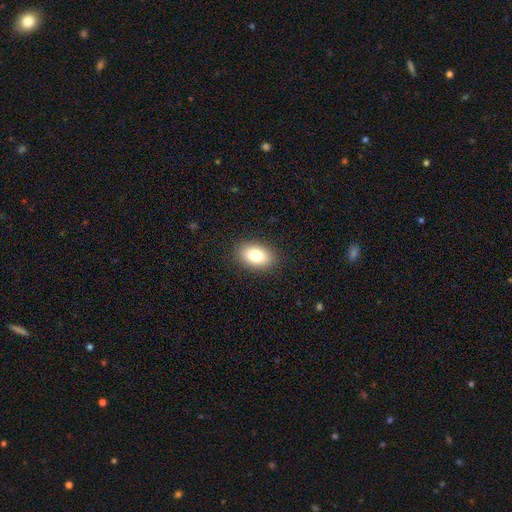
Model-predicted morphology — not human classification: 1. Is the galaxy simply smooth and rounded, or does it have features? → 82% smooth, 10% featured or disk, 8% star or artifact.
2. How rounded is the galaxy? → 88% in between, 10% round, 1% cigar-shaped.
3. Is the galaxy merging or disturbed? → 88% none, 8% minor disturbance, 2% major disturbance, 1% merger.